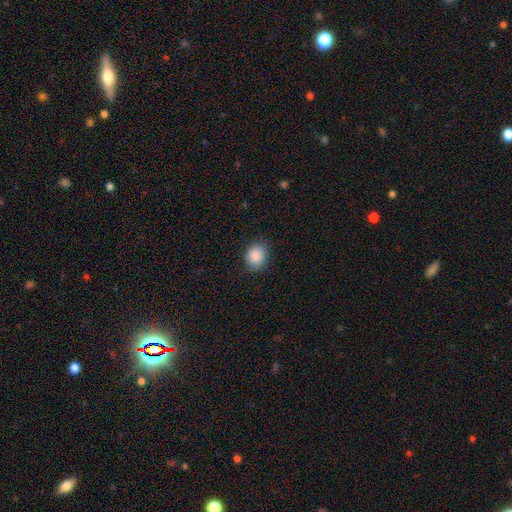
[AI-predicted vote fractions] Smooth or featured: smooth — 89% (star or artifact — 8%)
How rounded: round — 59% (in between — 40%)
Merging: none — 84% (minor disturbance — 12%)